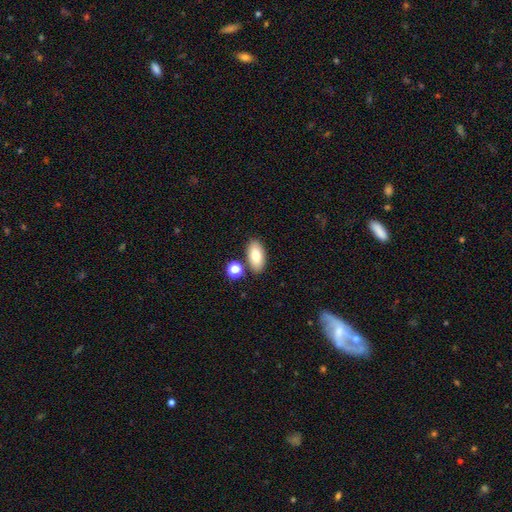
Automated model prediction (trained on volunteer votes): smooth_or_featured: smooth (p=0.79) [alt: featured or disk p=0.13]
how_rounded: in between (p=0.91) [alt: round p=0.05]
merging: none (p=0.80) [alt: minor disturbance p=0.10]